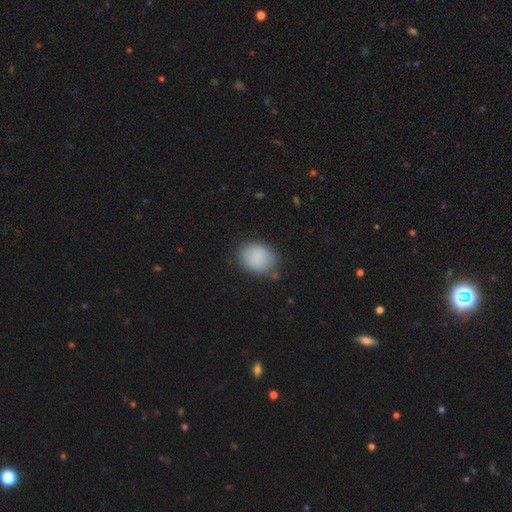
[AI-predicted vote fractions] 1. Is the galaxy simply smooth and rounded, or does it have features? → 87% smooth, 8% star or artifact, 5% featured or disk.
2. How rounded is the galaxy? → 51% in between, 48% round, 1% cigar-shaped.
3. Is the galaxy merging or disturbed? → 79% none, 15% minor disturbance, 4% major disturbance, 2% merger.